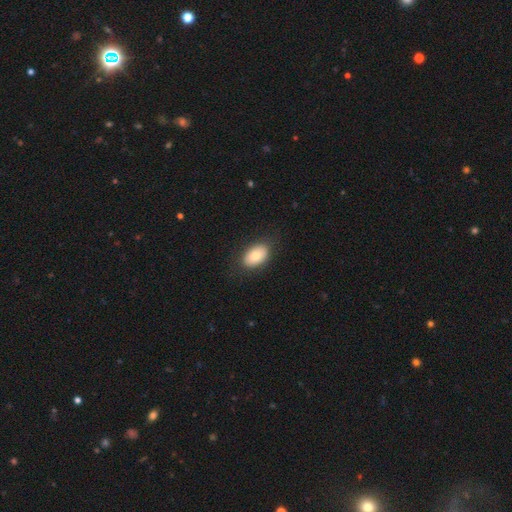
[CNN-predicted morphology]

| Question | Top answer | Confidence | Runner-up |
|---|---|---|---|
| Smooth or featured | smooth | 79% | featured or disk (14%) |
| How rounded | in between | 90% | round (9%) |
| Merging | none | 83% | minor disturbance (12%) |